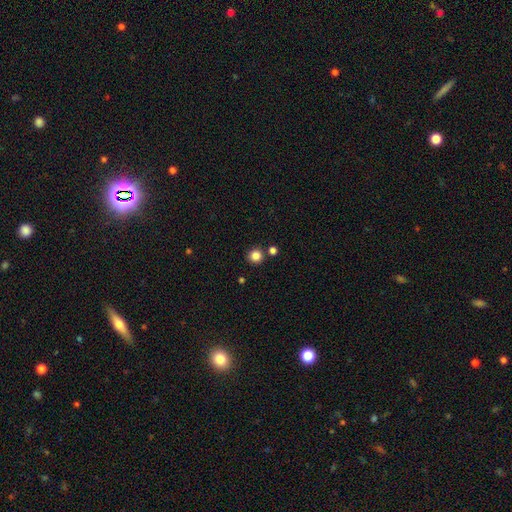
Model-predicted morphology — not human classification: Q: Smooth or featured?
A: smooth (84%); runner-up: star or artifact (12%)
Q: How rounded?
A: round (94%); runner-up: in between (5%)
Q: Merging?
A: none (84%); runner-up: merger (8%)